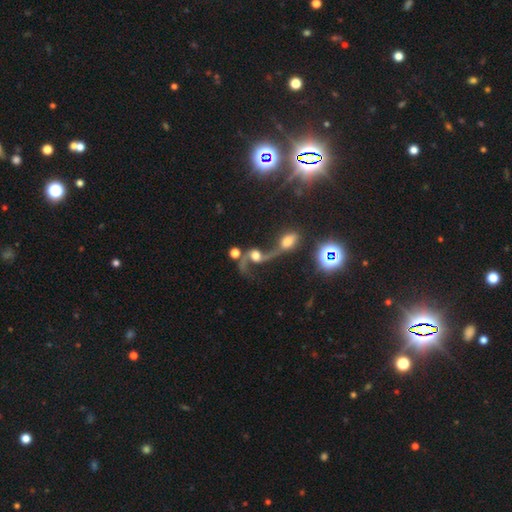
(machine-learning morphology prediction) featured or disk 71%, smooth 16%, star or artifact 13%. Down the decision tree: edge-on disk — no (95%); bar — no (66%); spiral arms — yes (89%); spiral arm count — 2 (85%); spiral winding — loose (87%); bulge size — moderate (41%); merging — merger (58%).